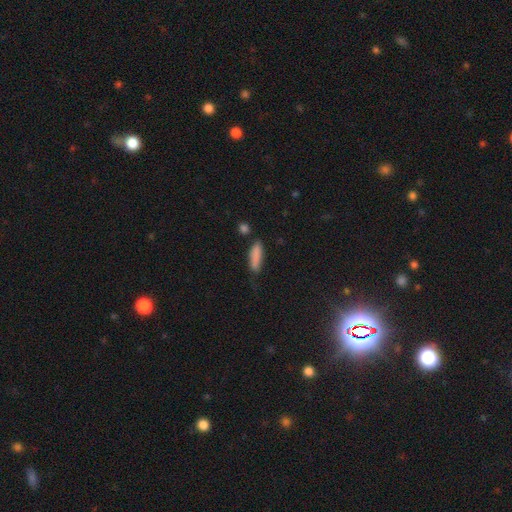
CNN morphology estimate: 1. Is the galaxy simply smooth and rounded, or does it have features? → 86% smooth, 7% featured or disk, 7% star or artifact.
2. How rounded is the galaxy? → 59% cigar-shaped, 39% in between, 2% round.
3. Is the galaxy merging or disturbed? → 63% none, 25% minor disturbance, 6% major disturbance, 5% merger.